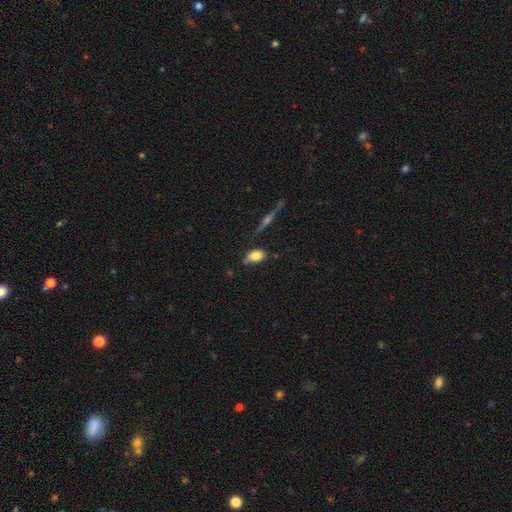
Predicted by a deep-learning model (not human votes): smooth_or_featured: smooth (p=0.78) [alt: featured or disk p=0.14]
how_rounded: in between (p=0.82) [alt: round p=0.14]
merging: none (p=0.58) [alt: minor disturbance p=0.29]